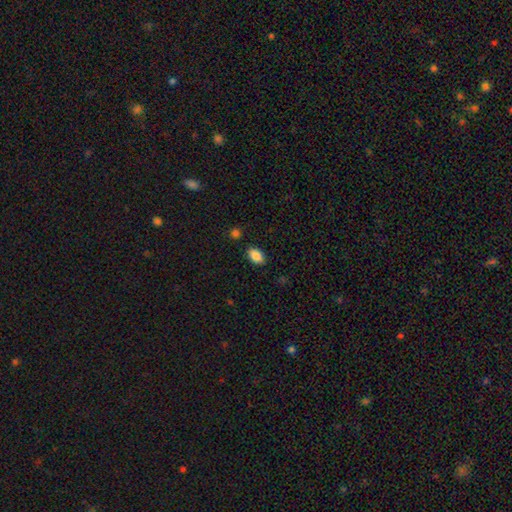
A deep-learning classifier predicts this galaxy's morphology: A smooth galaxy with no disk features (88%) that is in between round and cigar-shaped (91%).

Vote fractions:
- Smooth or featured? smooth: 88% / star or artifact: 8% / featured or disk: 5%
- How rounded? in between: 91% / round: 7% / cigar-shaped: 2%
- Merging? none: 86% / minor disturbance: 10% / major disturbance: 2% / merger: 2%